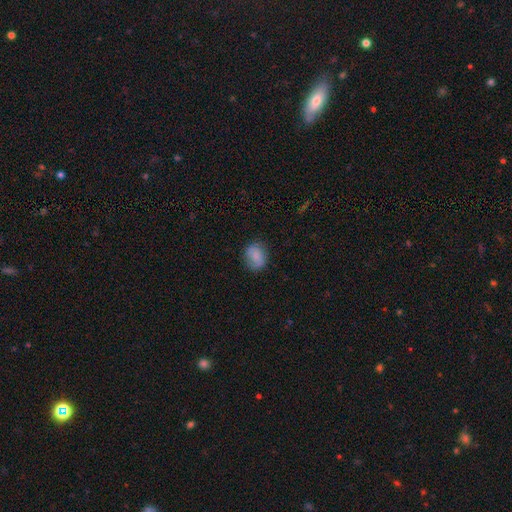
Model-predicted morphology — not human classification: smooth-or-featured: smooth: 80% | featured or disk: 12% | star or artifact: 8%
  how-rounded: round: 53% | in between: 46% | cigar-shaped: 1%
  merging: none: 75% | minor disturbance: 18% | major disturbance: 5% | merger: 1%